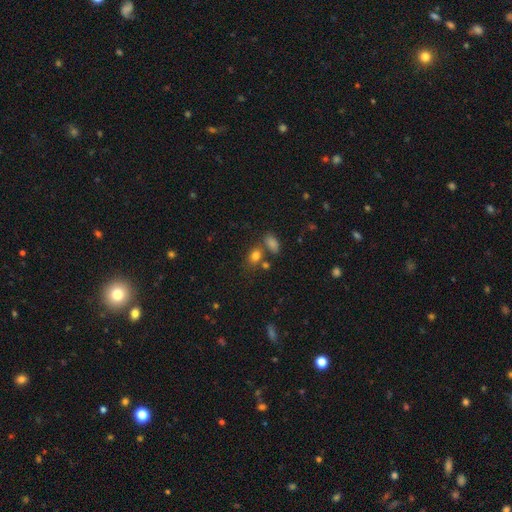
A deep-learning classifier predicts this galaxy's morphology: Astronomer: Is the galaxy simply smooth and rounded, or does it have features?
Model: smooth — 79%.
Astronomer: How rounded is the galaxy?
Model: in between — 71%.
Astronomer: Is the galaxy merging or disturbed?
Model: none — 59%.